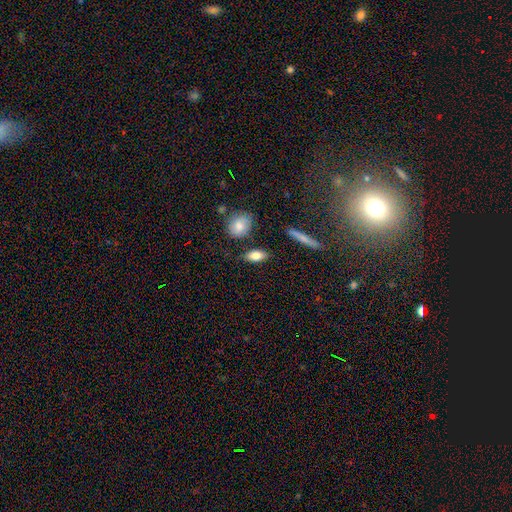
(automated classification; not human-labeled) The model was most divided on "smooth or featured": smooth: 79%, featured or disk: 13%, star or artifact: 8%. More confident: merging — none (82%); how rounded — in between (82%).